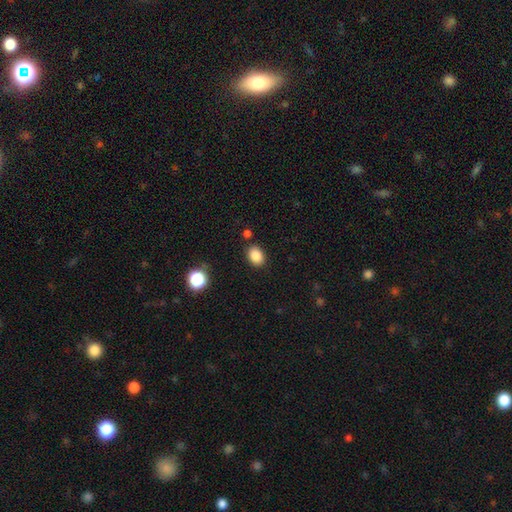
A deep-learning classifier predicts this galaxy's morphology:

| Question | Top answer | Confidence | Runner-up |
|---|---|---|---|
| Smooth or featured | smooth | 86% | star or artifact (10%) |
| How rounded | in between | 72% | round (27%) |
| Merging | none | 84% | minor disturbance (10%) |